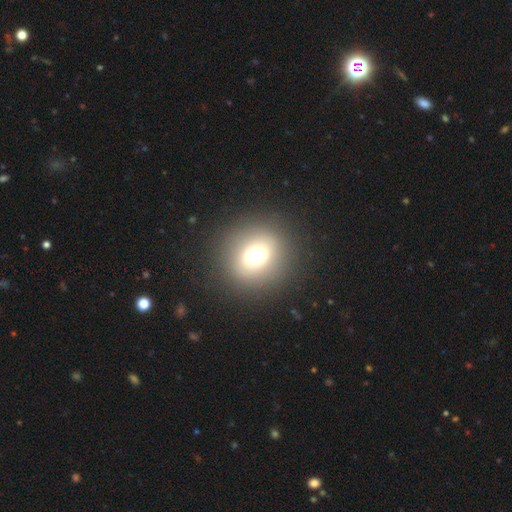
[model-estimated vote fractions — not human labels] This appears to be a smooth galaxy with no disk features (55%) that is round (79%). Merging: none (83%).